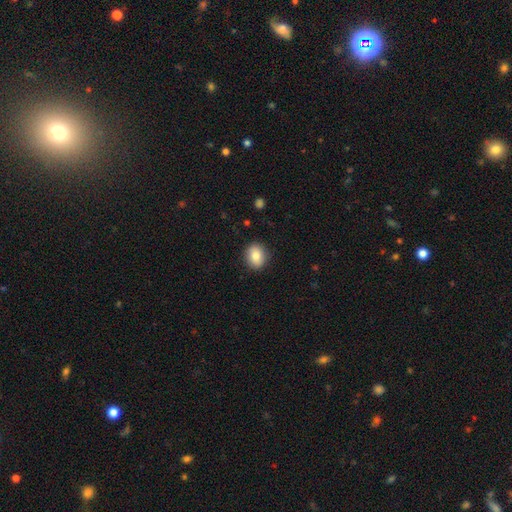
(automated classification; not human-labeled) Morphology: type=smooth (82%); roundness=round (60%); merging=none (88%).